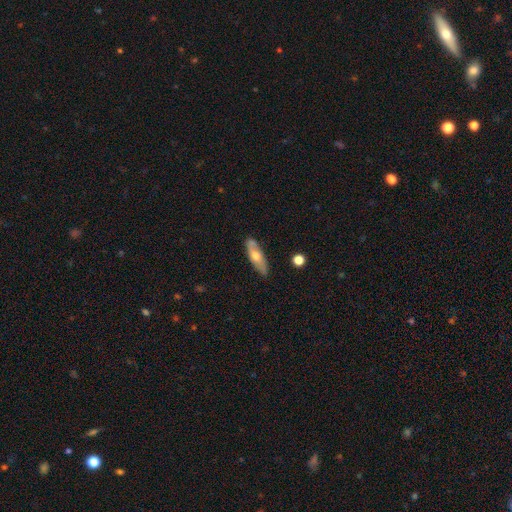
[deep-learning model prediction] The model was most divided on "smooth or featured": smooth: 49%, featured or disk: 45%, star or artifact: 6%. More confident: merging — none (78%).